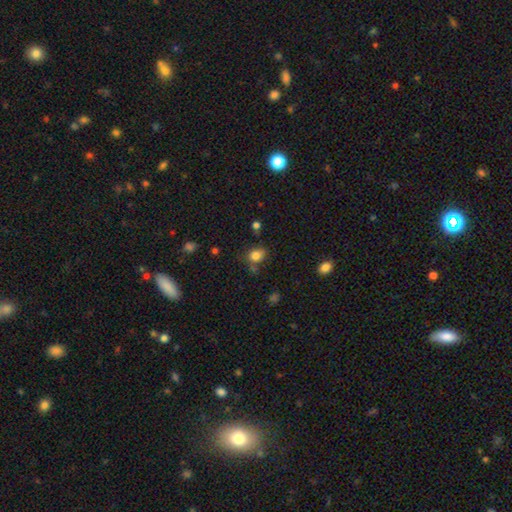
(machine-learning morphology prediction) Smooth or featured? smooth (82%)
How rounded? in between (50%)
Merging? none (65%)